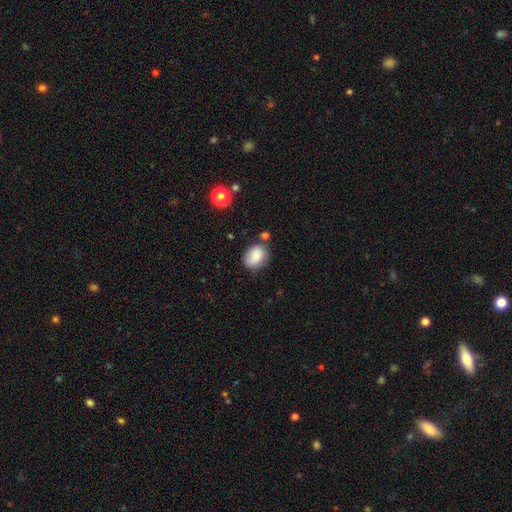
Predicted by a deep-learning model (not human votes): Q: Smooth or featured?
A: smooth (82%); runner-up: featured or disk (9%)
Q: How rounded?
A: in between (63%); runner-up: round (36%)
Q: Merging?
A: none (71%); runner-up: minor disturbance (19%)